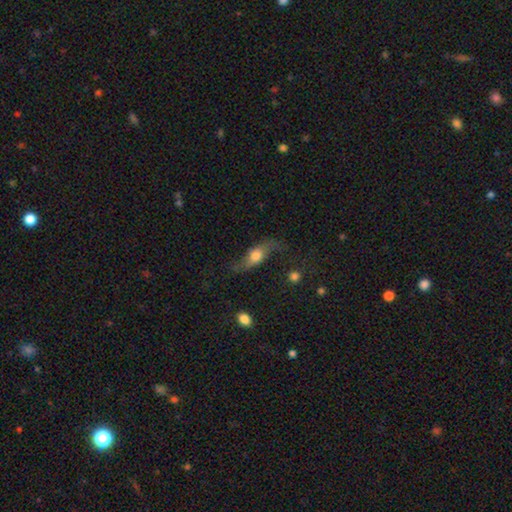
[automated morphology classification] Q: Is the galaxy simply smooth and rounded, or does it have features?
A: featured or disk — 55%.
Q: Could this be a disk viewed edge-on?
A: no — 63%.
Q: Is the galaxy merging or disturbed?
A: none — 59%.